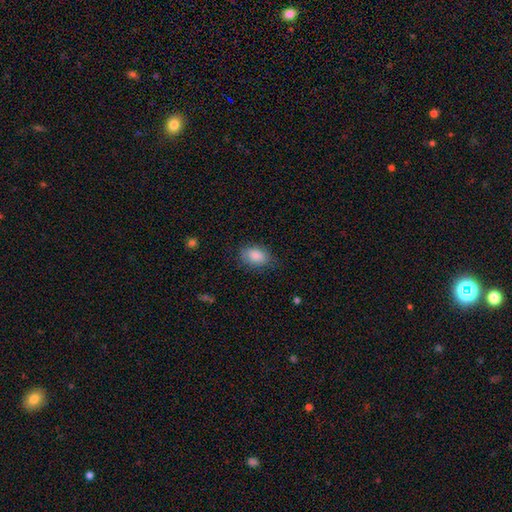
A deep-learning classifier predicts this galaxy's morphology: Overall: smooth (87%). How rounded: in between (83%). Merging: none (75%).